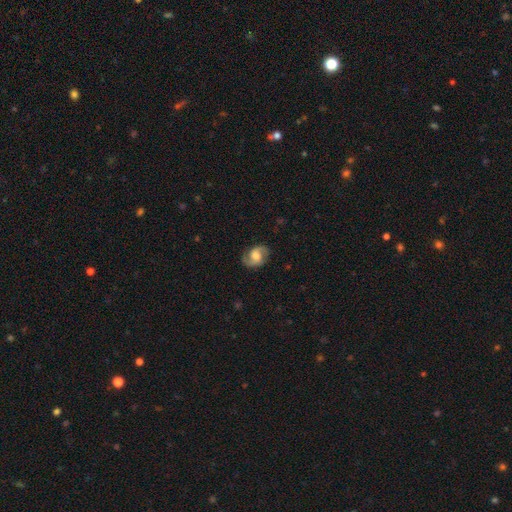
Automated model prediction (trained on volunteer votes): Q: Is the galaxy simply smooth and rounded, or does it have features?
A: featured or disk — 77%.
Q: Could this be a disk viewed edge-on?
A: no — 98%.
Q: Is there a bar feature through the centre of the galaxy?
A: no — 51%.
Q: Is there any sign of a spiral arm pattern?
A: yes — 95%.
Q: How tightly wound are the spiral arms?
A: medium — 51%.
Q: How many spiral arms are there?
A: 2 — 92%.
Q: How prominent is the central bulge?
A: moderate — 48%.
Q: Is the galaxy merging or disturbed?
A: none — 82%.